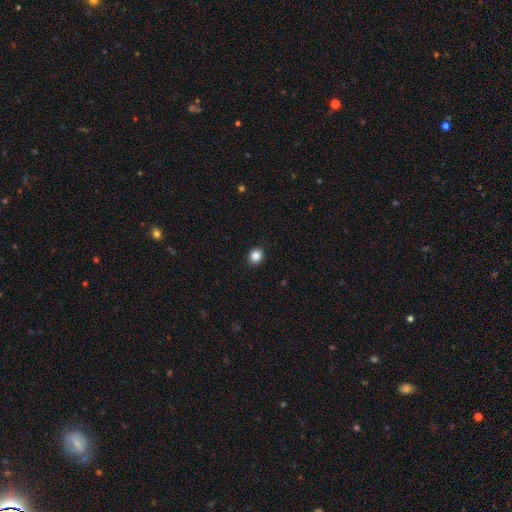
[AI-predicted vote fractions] smooth_or_featured: smooth (p=0.85) [alt: star or artifact p=0.11]
how_rounded: round (p=0.77) [alt: in between p=0.22]
merging: none (p=0.91) [alt: minor disturbance p=0.06]